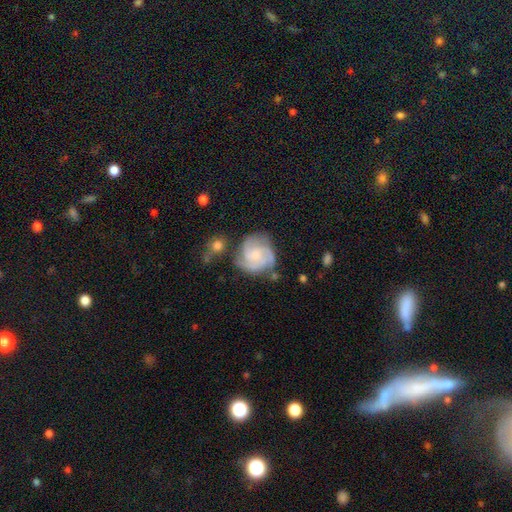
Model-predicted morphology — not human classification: This is likely a featured or disk galaxy (80%). It is clearly not viewed edge-on (98%). Bar: likely no (71%). Spiral arm pattern: clearly yes (96%). Spiral arm count: possibly 3 (49%). Spiral winding: possibly tight (54%). Central bulge: possibly small (50%). Merging: likely none (64%).